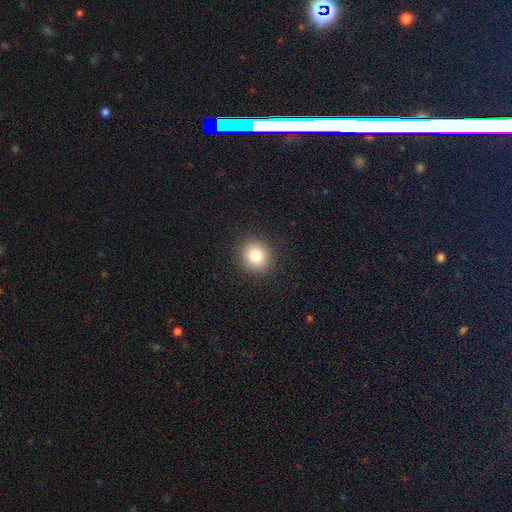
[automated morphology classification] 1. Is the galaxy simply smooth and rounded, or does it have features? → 81% smooth, 11% star or artifact, 8% featured or disk.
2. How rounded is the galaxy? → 86% round, 13% in between, 1% cigar-shaped.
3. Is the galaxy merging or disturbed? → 91% none, 6% minor disturbance, 2% major disturbance, 1% merger.